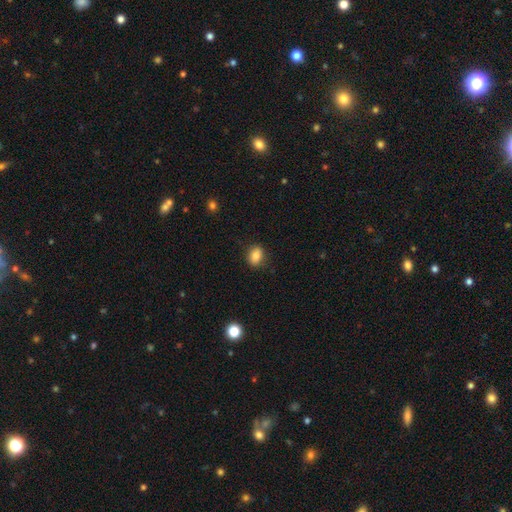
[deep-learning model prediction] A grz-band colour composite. It shows a smooth galaxy with no disk features (85%) that is in between round and cigar-shaped (64%). Merging: none (85%).